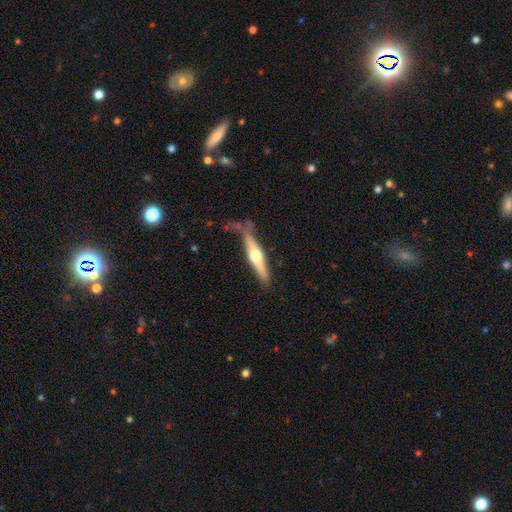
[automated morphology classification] Smooth or featured?
  - featured or disk: 62% *
  - smooth: 33%
  - star or artifact: 5%
Edge-on disk?
  - yes: 94% *
  - no: 6%
Edge-on bulge?
  - rounded: 93% *
  - none: 4%
  - boxy: 3%
Merging?
  - none: 61% *
  - minor disturbance: 23%
  - major disturbance: 10%
  - merger: 7%